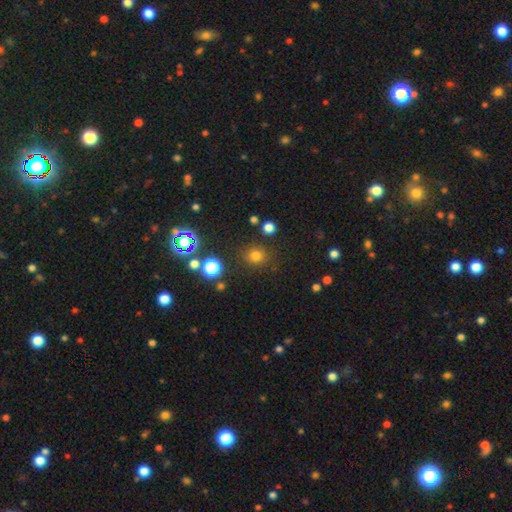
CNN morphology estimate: type=smooth (73%); roundness=round (87%); merging=none (85%).